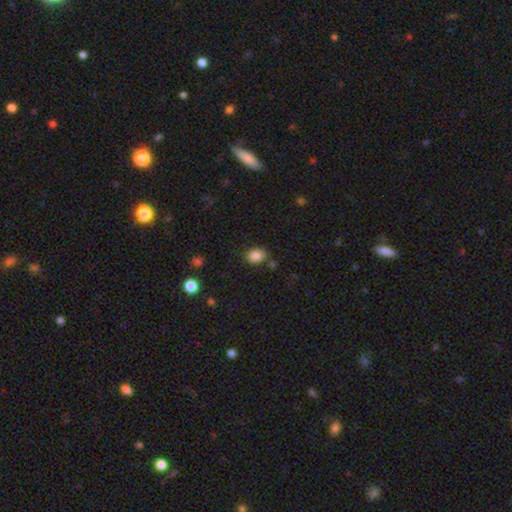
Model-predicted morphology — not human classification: Smooth or featured: smooth — 86% (star or artifact — 10%)
How rounded: in between — 63% (round — 36%)
Merging: none — 79% (minor disturbance — 13%)